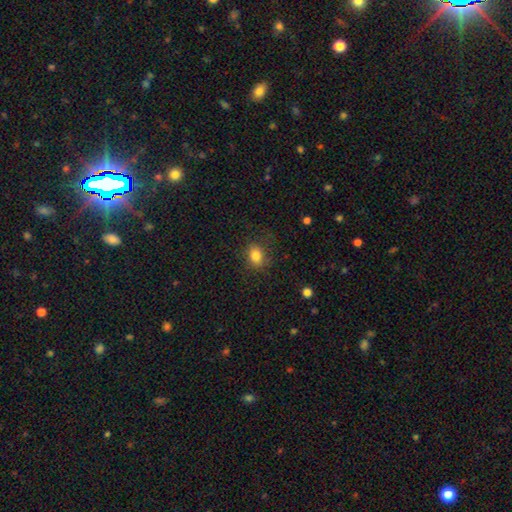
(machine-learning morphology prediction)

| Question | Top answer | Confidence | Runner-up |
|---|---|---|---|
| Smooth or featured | smooth | 83% | star or artifact (11%) |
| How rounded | in between | 56% | round (43%) |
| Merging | none | 77% | minor disturbance (15%) |